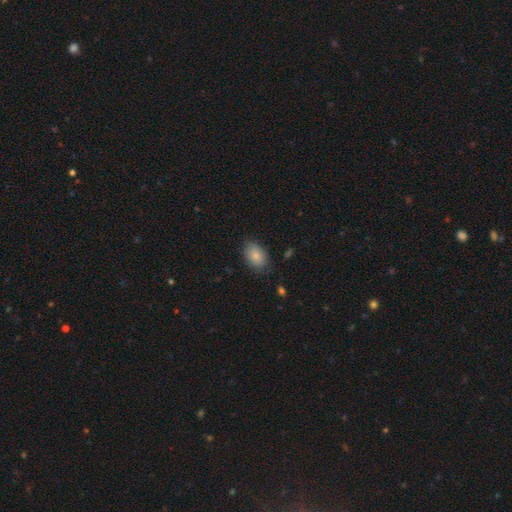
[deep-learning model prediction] Overall: smooth (83%). How rounded: in between (83%). Merging: none (75%).